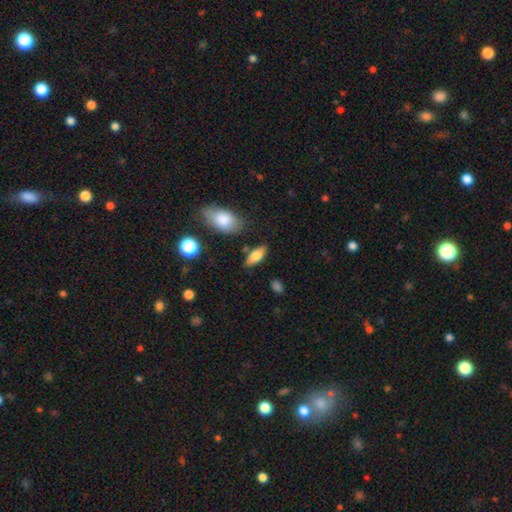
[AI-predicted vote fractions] Smooth or featured?
  - smooth: 76% *
  - featured or disk: 17%
  - star or artifact: 7%
How rounded?
  - in between: 80% *
  - cigar-shaped: 17%
  - round: 3%
Merging?
  - none: 79% *
  - minor disturbance: 13%
  - merger: 5%
  - major disturbance: 3%